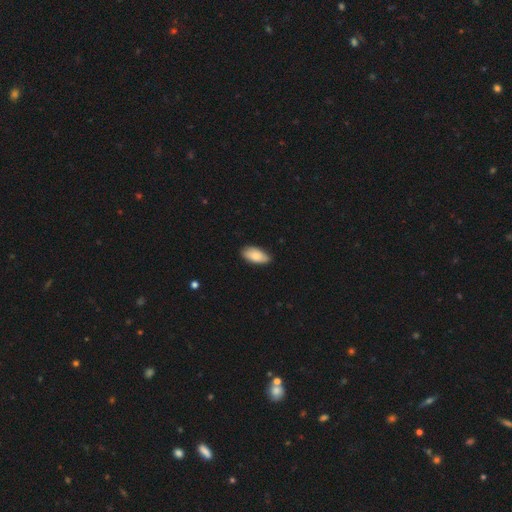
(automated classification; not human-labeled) Smooth or featured? smooth (81%)
How rounded? in between (93%)
Merging? none (80%)